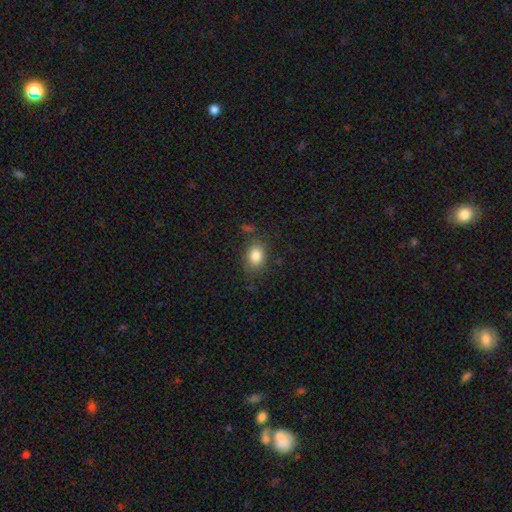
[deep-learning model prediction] This appears to be a smooth galaxy with no disk features (83%) that is in between round and cigar-shaped (67%). Merging: none (76%).